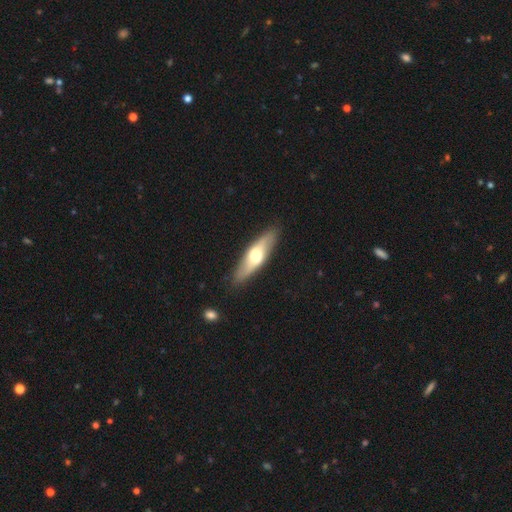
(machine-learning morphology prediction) Q: Smooth or featured?
A: smooth (48%); runner-up: featured or disk (47%)
Q: Merging?
A: none (88%); runner-up: minor disturbance (9%)